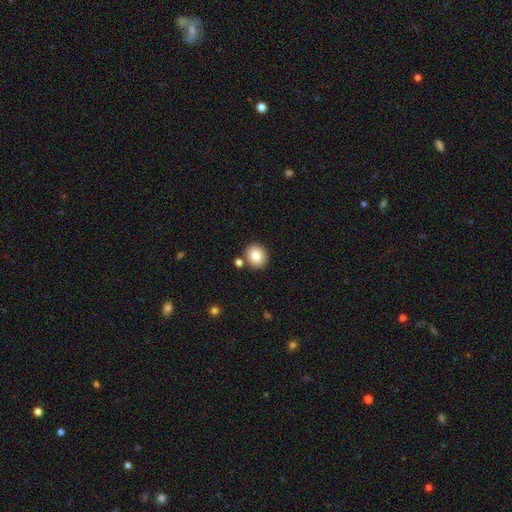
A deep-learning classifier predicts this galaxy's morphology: Smooth or featured?
  - smooth: 82% *
  - star or artifact: 9%
  - featured or disk: 8%
How rounded?
  - round: 76% *
  - in between: 23%
  - cigar-shaped: 1%
Merging?
  - none: 83% *
  - minor disturbance: 8%
  - merger: 7%
  - major disturbance: 2%